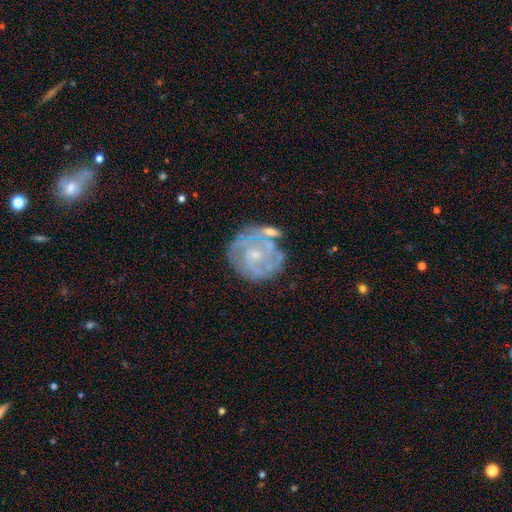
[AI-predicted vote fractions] A featured or disk galaxy (72%) with no bar (73%), tight (62%) spiral arms (72%) and a small central bulge (73%). Merging: none (63%).